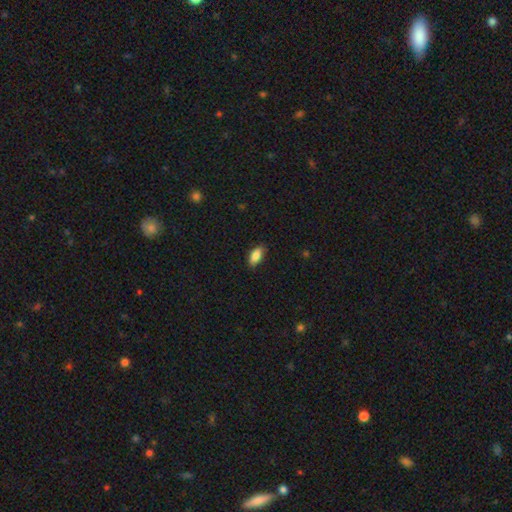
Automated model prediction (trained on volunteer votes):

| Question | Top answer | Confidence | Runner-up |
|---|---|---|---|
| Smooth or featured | smooth | 84% | featured or disk (9%) |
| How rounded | in between | 86% | cigar-shaped (11%) |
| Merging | none | 83% | minor disturbance (14%) |